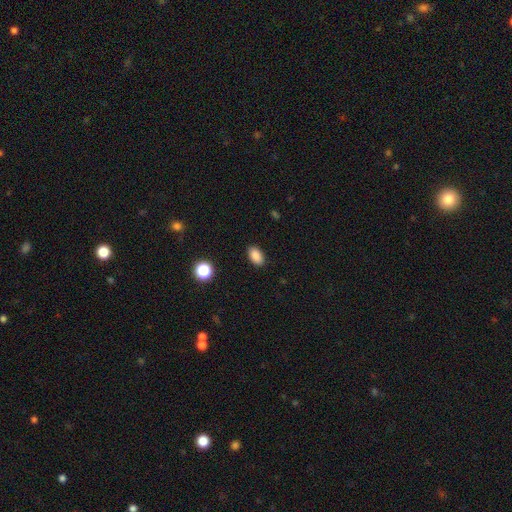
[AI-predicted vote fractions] This is clearly a smooth galaxy (87%). How rounded: clearly in between (91%). Merging: clearly none (89%).